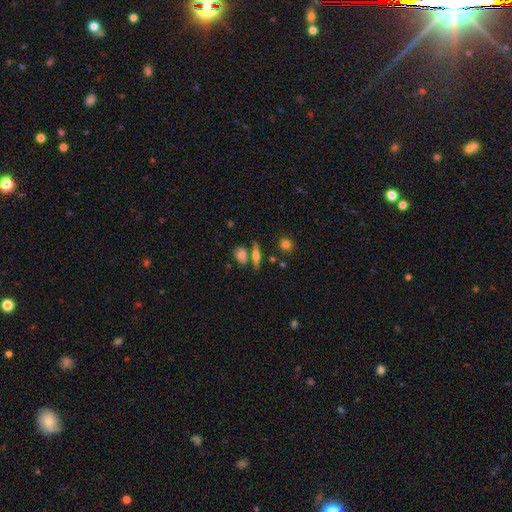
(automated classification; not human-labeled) Smooth or featured? Predicted: smooth (p=0.49). Merging? Predicted: none (p=0.66).